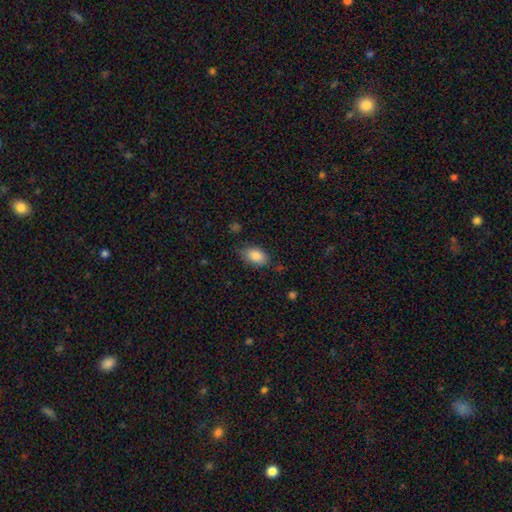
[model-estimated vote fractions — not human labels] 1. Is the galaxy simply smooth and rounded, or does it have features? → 86% smooth, 8% star or artifact, 7% featured or disk.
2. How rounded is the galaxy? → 90% in between, 8% round, 2% cigar-shaped.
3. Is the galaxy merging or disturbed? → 74% none, 21% minor disturbance, 4% major disturbance, 2% merger.